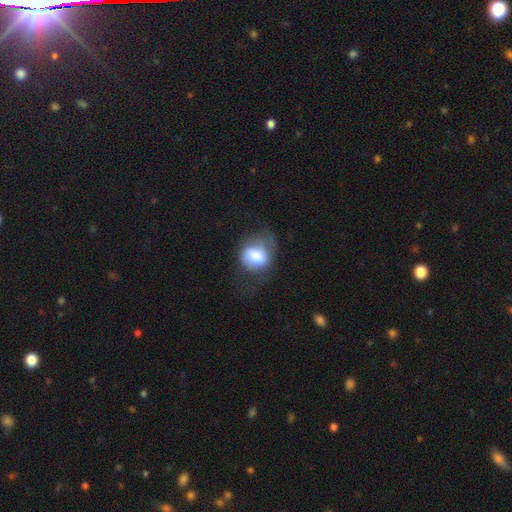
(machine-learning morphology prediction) Overall: smooth (56%; featured or disk 36%). How rounded: round (57%; in between 42%). Merging: none (39%; major disturbance 31%).